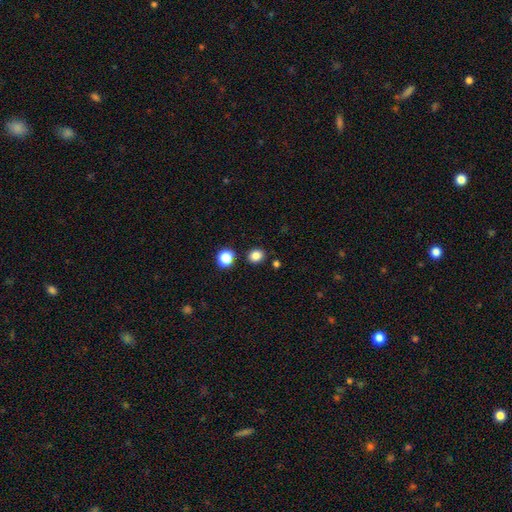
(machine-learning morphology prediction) Overall: smooth (83%). How rounded: round (71%). Merging: none (85%).